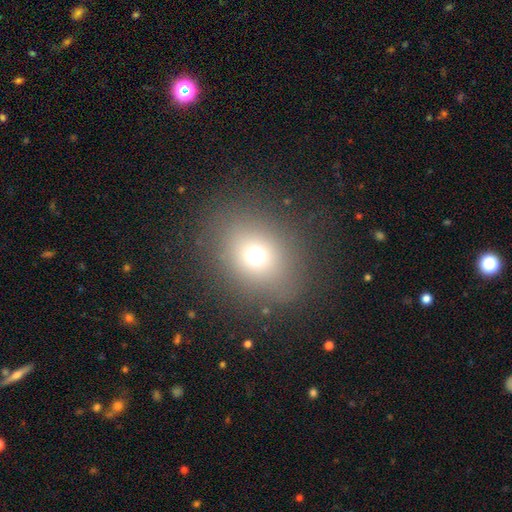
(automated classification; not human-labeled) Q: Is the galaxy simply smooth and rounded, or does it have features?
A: smooth — 67%.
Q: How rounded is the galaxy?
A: round — 61%.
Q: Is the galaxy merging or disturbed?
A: none — 83%.